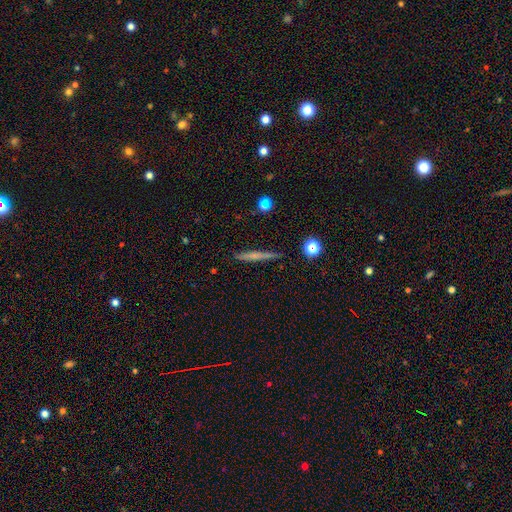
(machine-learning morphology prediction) type=smooth (47%); merging=none (89%).